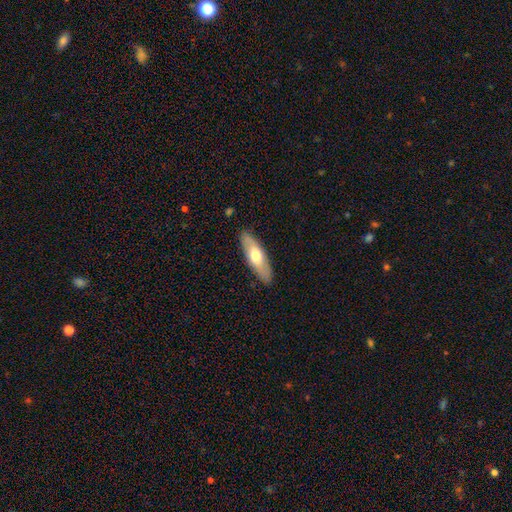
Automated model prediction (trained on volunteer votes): A smooth galaxy with no disk features (57%) that is in between round and cigar-shaped (51%).

Vote fractions:
- Smooth or featured? smooth: 57% / featured or disk: 38% / star or artifact: 5%
- How rounded? in between: 51% / cigar-shaped: 47% / round: 2%
- Merging? none: 87% / minor disturbance: 10% / major disturbance: 2% / merger: 1%